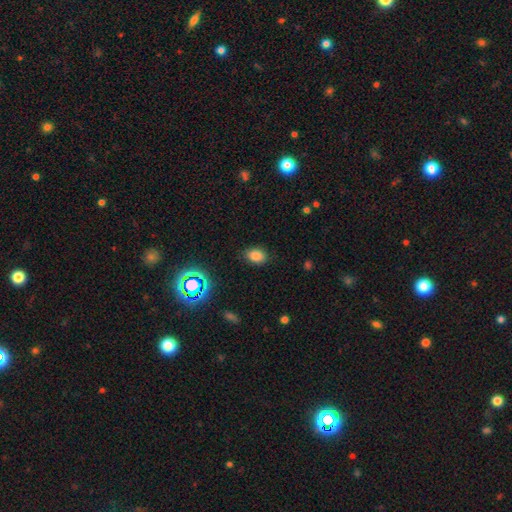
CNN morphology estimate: This is likely a smooth galaxy (79%). How rounded: likely in between (74%). Merging: clearly none (84%).